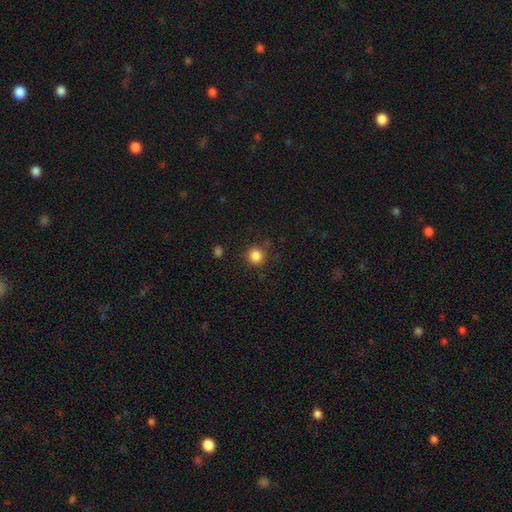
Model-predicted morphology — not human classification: This appears to be a smooth galaxy with no disk features (85%) that is round (92%). Merging: none (85%).